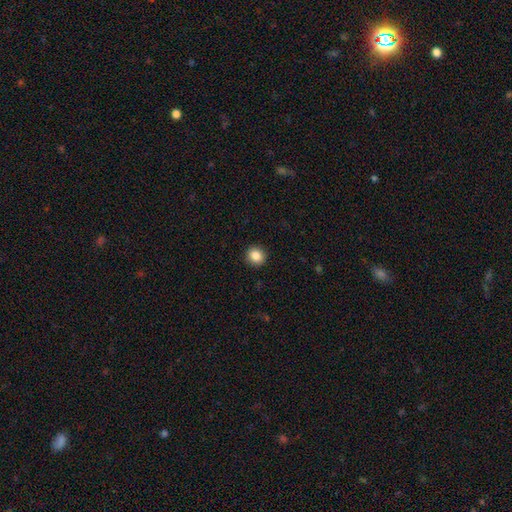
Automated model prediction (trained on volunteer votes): The model was most divided on "smooth or featured": smooth: 86%, star or artifact: 9%, featured or disk: 4%. More confident: merging — none (92%); how rounded — round (90%).